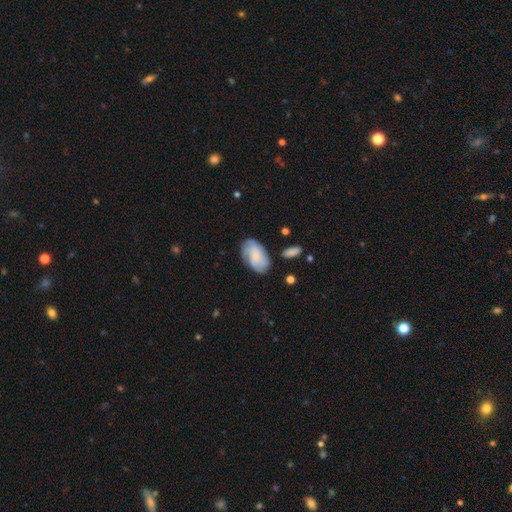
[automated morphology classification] smooth 54%, featured or disk 38%, star or artifact 8%. Down the decision tree: how rounded — in between (91%); merging — none (67%).